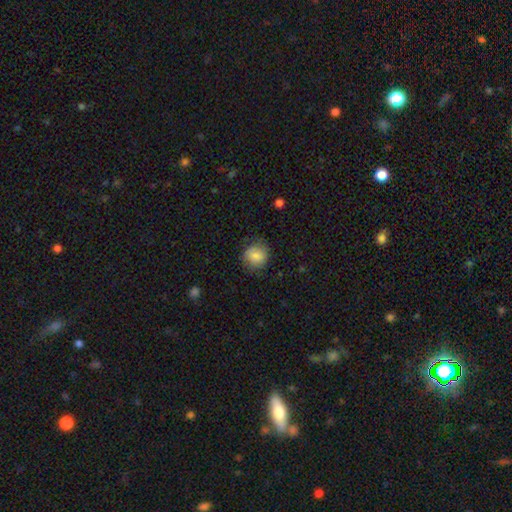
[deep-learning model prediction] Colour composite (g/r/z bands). It shows a smooth galaxy with no disk features (83%) that is round (82%). Merging: none (76%).